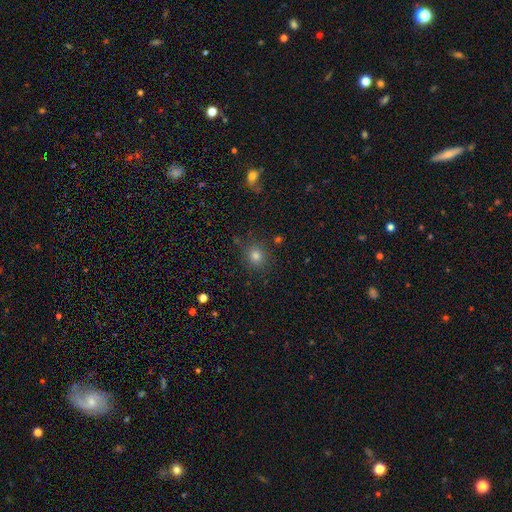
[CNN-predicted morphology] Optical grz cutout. It shows a smooth galaxy with no disk features (78%) that is round (84%). Merging: none (85%).